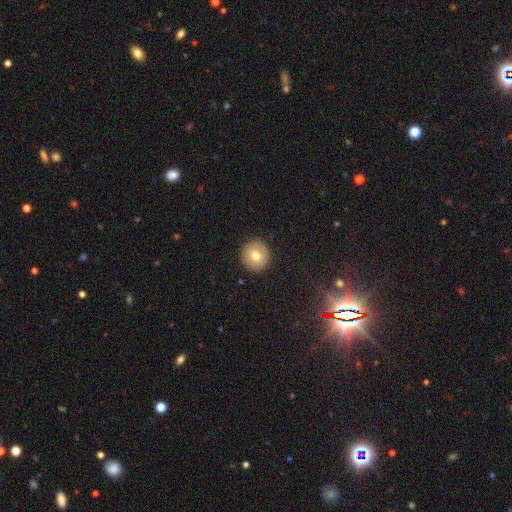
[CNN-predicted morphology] smooth 69%, featured or disk 22%, star or artifact 9%. Down the decision tree: how rounded — round (94%); merging — none (91%).